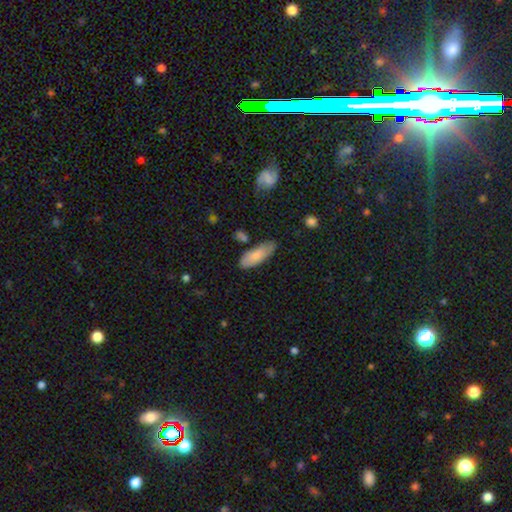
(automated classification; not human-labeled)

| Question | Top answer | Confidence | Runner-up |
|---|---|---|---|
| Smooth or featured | smooth | 78% | featured or disk (17%) |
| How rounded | in between | 73% | cigar-shaped (25%) |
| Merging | none | 72% | minor disturbance (20%) |